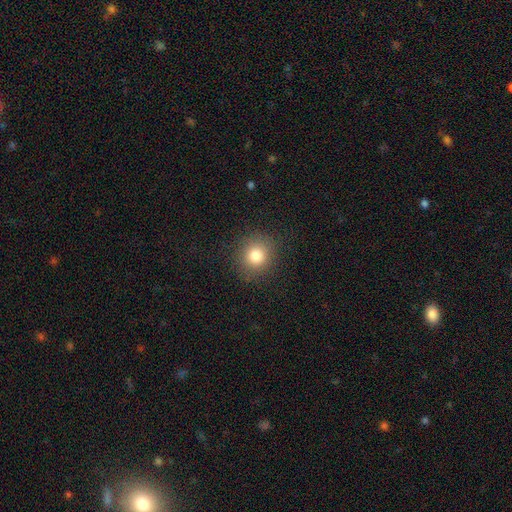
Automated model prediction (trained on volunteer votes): smooth-or-featured: smooth: 80% | star or artifact: 12% | featured or disk: 8%
  how-rounded: round: 85% | in between: 14% | cigar-shaped: 1%
  merging: none: 88% | minor disturbance: 8% | major disturbance: 3% | merger: 1%